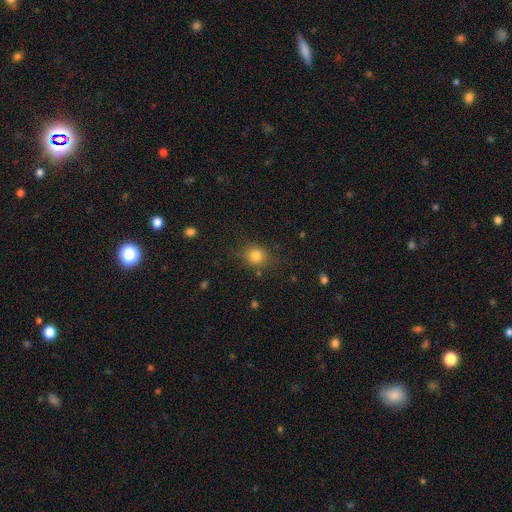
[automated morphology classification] A smooth galaxy with no disk features (82%) that is round (80%). Merging: none (81%).